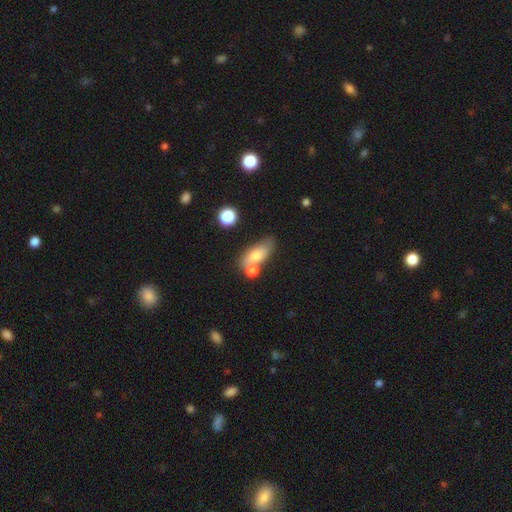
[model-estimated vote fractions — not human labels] A smooth galaxy with no disk features (68%) that is in between round and cigar-shaped (76%).

Vote fractions:
- Smooth or featured? smooth: 68% / featured or disk: 23% / star or artifact: 9%
- How rounded? in between: 76% / cigar-shaped: 16% / round: 9%
- Merging? none: 51% / merger: 27% / minor disturbance: 16% / major disturbance: 6%